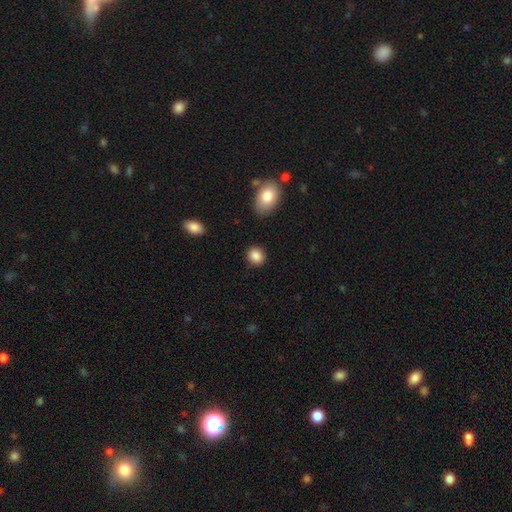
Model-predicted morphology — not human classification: smooth 88%, star or artifact 8%, featured or disk 4%. Down the decision tree: how rounded — round (72%); merging — none (88%).